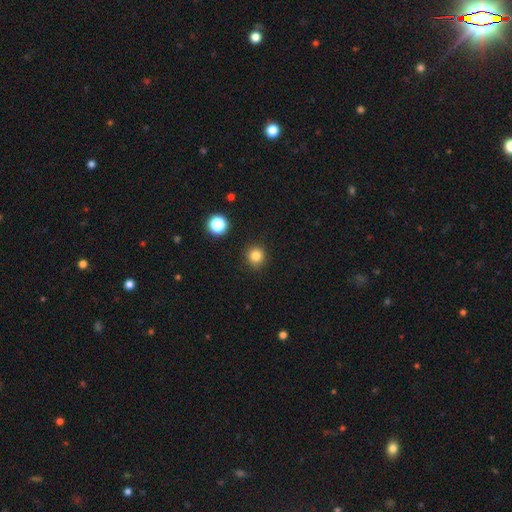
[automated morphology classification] Smooth or featured: smooth — 82% (star or artifact — 13%)
How rounded: round — 92% (in between — 7%)
Merging: none — 90% (minor disturbance — 7%)